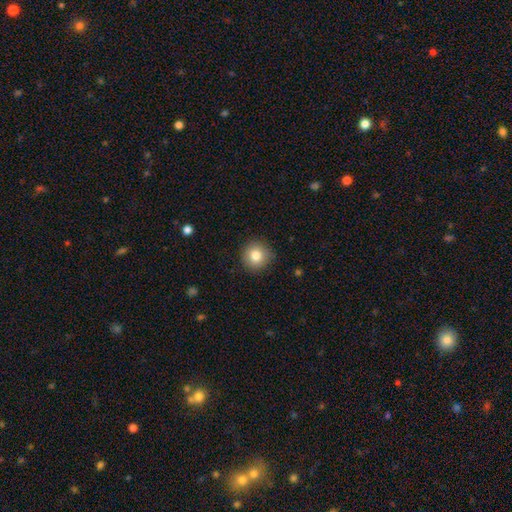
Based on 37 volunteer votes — Morphology: type=smooth (89%); roundness=round (100%); merging=none (94%).